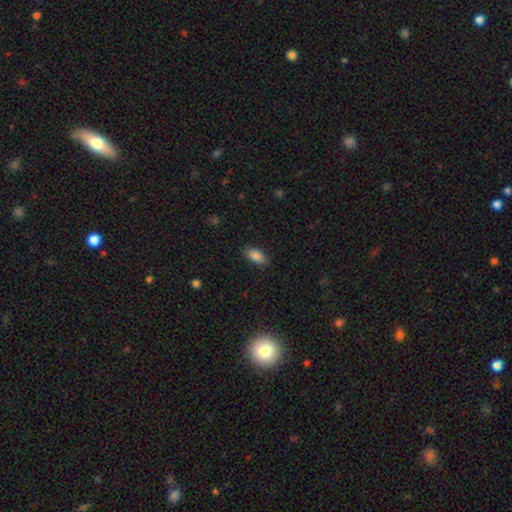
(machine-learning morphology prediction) Q: Smooth or featured?
A: smooth (87%); runner-up: star or artifact (8%)
Q: How rounded?
A: in between (91%); runner-up: cigar-shaped (6%)
Q: Merging?
A: none (87%); runner-up: minor disturbance (10%)